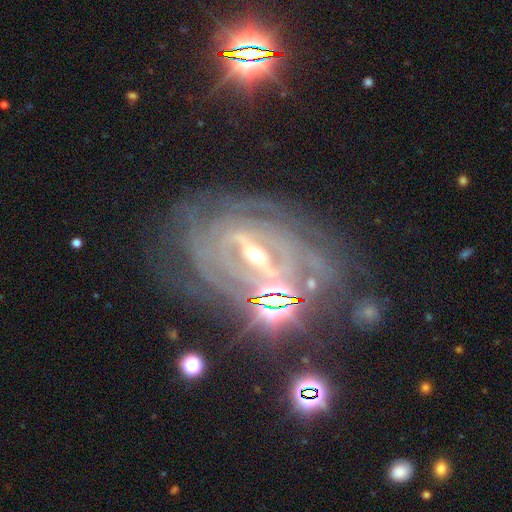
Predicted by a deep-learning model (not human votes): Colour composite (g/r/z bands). It shows a featured or disk galaxy (85%) with a strong bar (59%), tight (75%) spiral arms (92%) and a small central bulge (60%). Merging: none (67%).